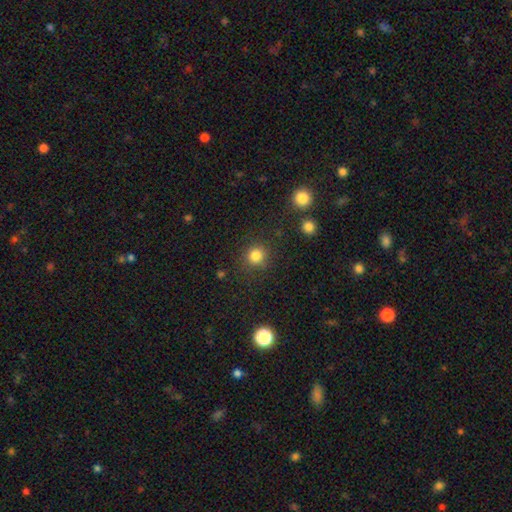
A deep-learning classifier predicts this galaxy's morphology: Smooth or featured? Predicted: smooth (p=0.82). How rounded? Predicted: round (p=0.91). Merging? Predicted: none (p=0.86).